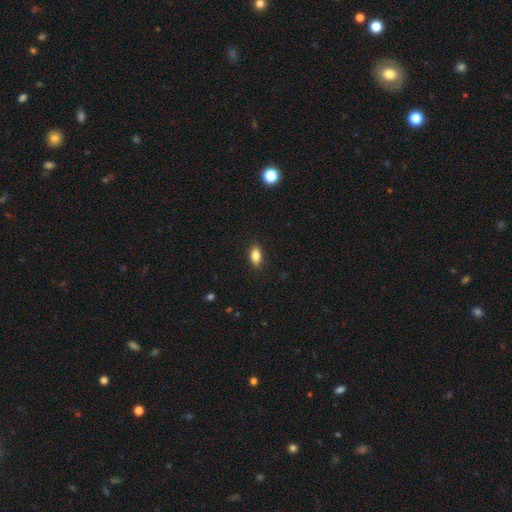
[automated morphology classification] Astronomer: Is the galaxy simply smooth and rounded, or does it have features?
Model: smooth — 84%.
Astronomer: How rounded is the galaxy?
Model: in between — 86%.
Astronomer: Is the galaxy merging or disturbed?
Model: none — 88%.